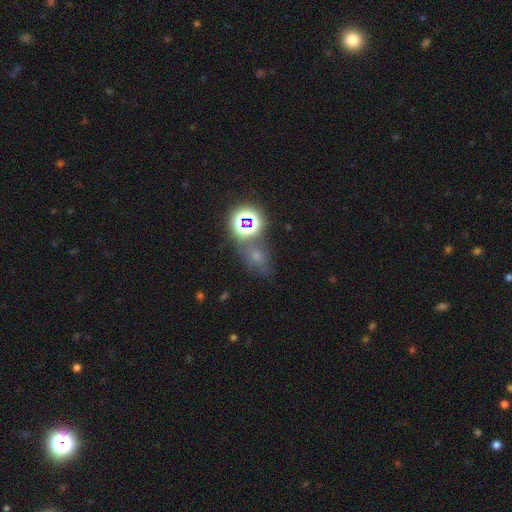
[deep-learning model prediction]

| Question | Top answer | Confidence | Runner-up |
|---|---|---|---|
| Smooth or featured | smooth | 49% | star or artifact (37%) |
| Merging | none | 57% | minor disturbance (19%) |